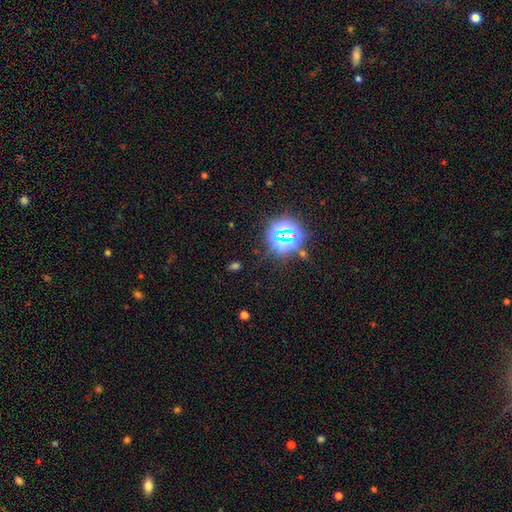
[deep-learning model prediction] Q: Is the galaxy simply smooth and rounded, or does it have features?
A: star or artifact — 77%.